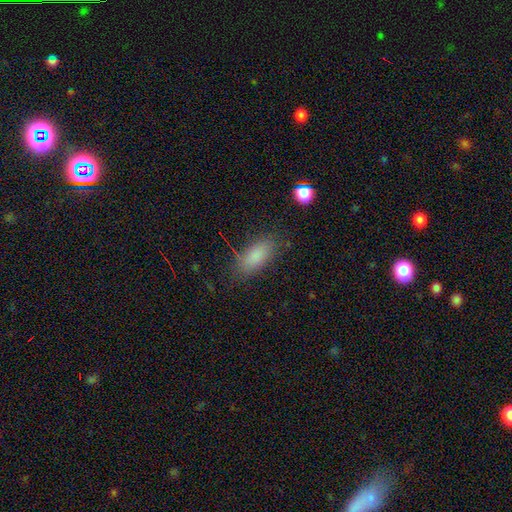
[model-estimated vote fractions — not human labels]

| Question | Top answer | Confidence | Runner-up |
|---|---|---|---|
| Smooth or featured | smooth | 83% | star or artifact (9%) |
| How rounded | in between | 83% | cigar-shaped (14%) |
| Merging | none | 76% | minor disturbance (16%) |